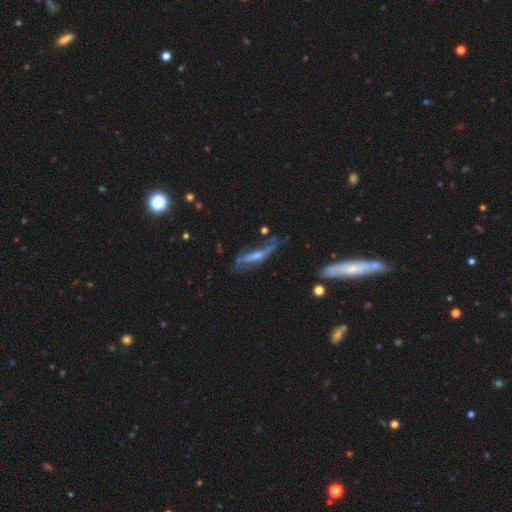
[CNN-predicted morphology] This is likely a featured or disk galaxy (66%). It is likely viewed edge-on (70%). Merging: possibly none (54%).